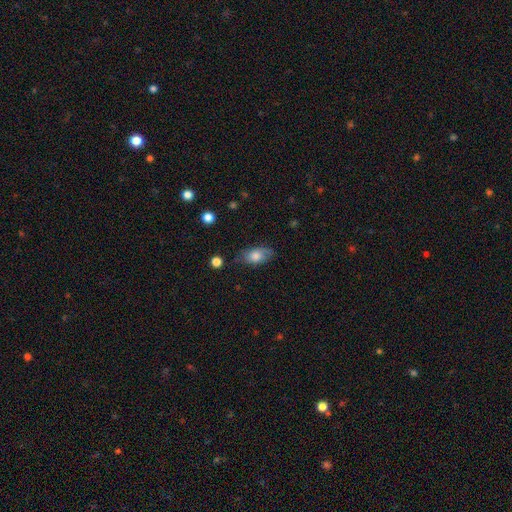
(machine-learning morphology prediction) A smooth galaxy with no disk features (73%) that is in between round and cigar-shaped (89%). Merging: none (72%).